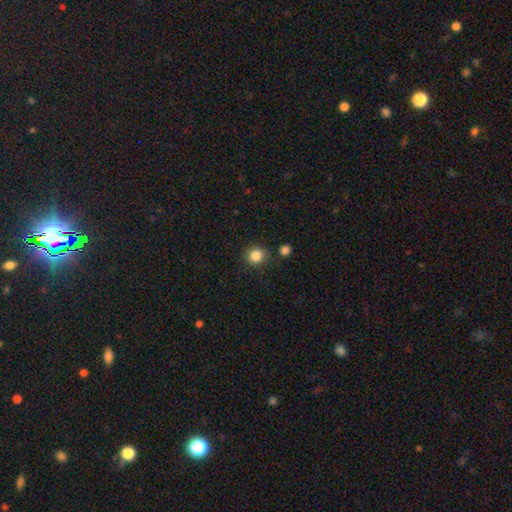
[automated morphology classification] smooth_or_featured: smooth (p=0.85) [alt: star or artifact p=0.11]
how_rounded: round (p=0.89) [alt: in between p=0.10]
merging: none (p=0.86) [alt: minor disturbance p=0.08]